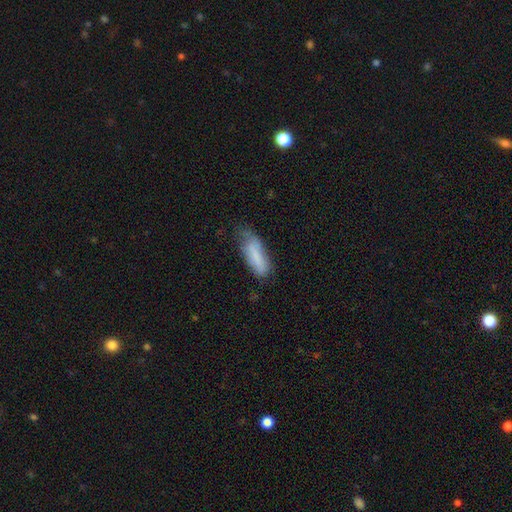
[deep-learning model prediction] A smooth galaxy with no disk features (78%) that is in between round and cigar-shaped (52%). Merging: none (47%).